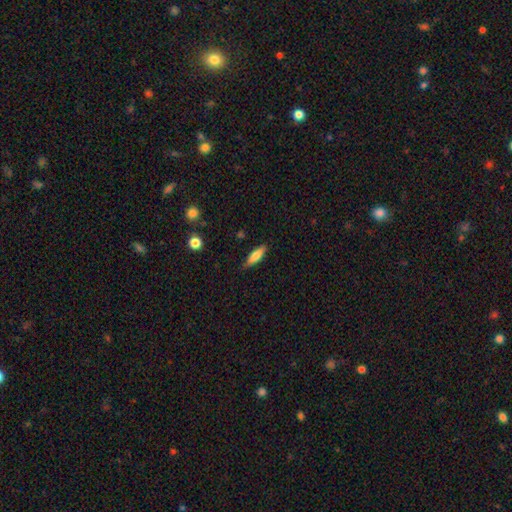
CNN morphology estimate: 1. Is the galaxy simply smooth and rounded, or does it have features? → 73% smooth, 20% featured or disk, 6% star or artifact.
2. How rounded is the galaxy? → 53% cigar-shaped, 44% in between, 2% round.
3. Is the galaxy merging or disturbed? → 80% none, 16% minor disturbance, 3% major disturbance, 1% merger.